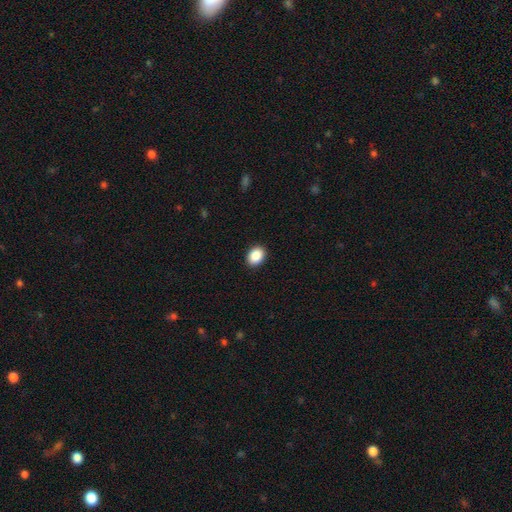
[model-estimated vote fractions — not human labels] Smooth or featured? smooth (90%)
How rounded? in between (69%)
Merging? none (91%)